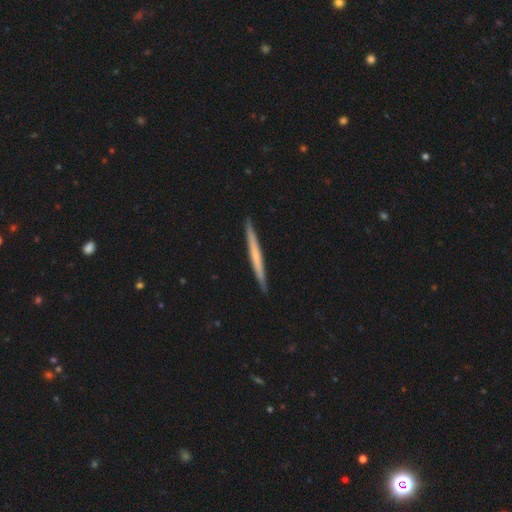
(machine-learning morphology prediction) Smooth or featured: featured or disk — 49% (smooth — 46%)
Merging: none — 92% (minor disturbance — 5%)